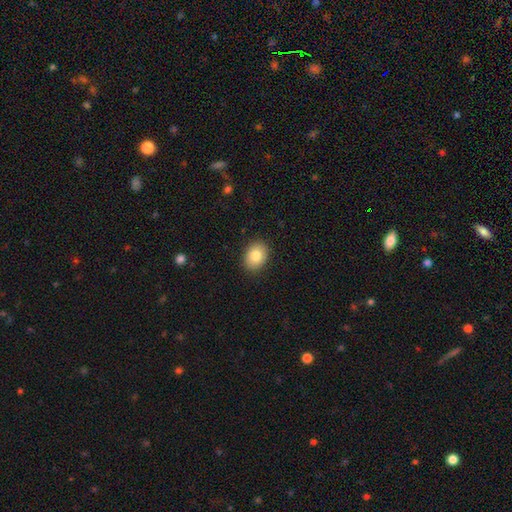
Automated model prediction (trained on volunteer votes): The model was most divided on "how rounded": in between: 66%, round: 33%, cigar-shaped: 1%. More confident: merging — none (89%); smooth or featured — smooth (84%).